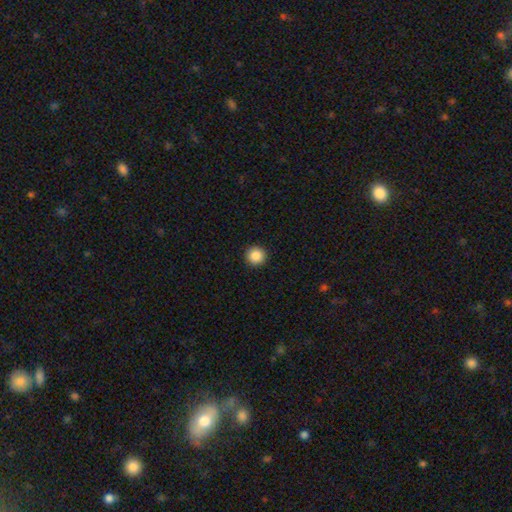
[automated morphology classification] This is clearly a smooth galaxy (88%). How rounded: clearly round (96%). Merging: clearly none (93%).